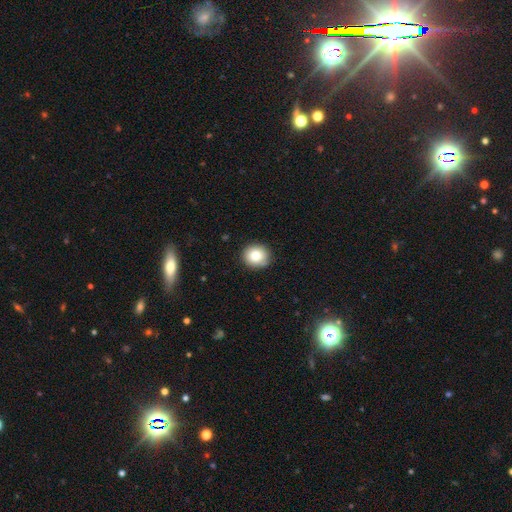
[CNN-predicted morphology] Overall: smooth (82%). How rounded: round (87%). Merging: none (89%).